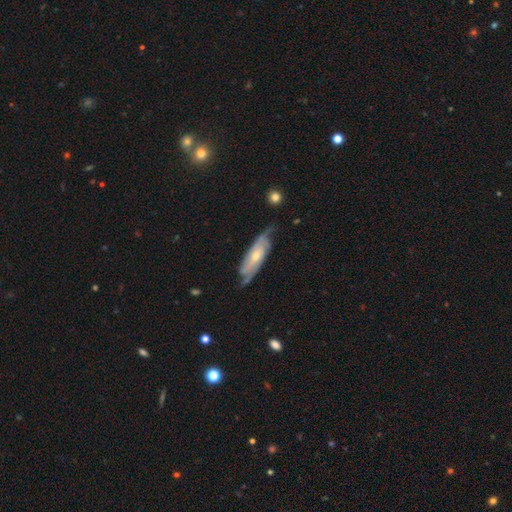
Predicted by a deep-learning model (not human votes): This appears to be a featured or disk galaxy (76%) with no bar (62%), 2 (59%) tight (48%) spiral arms (92%) and a small central bulge (50%). Merging: none (68%).